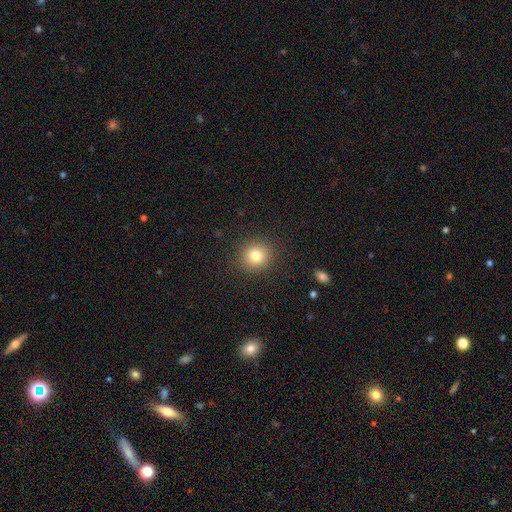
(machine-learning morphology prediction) Smooth or featured? Predicted: smooth (p=0.80). How rounded? Predicted: round (p=0.89). Merging? Predicted: none (p=0.90).